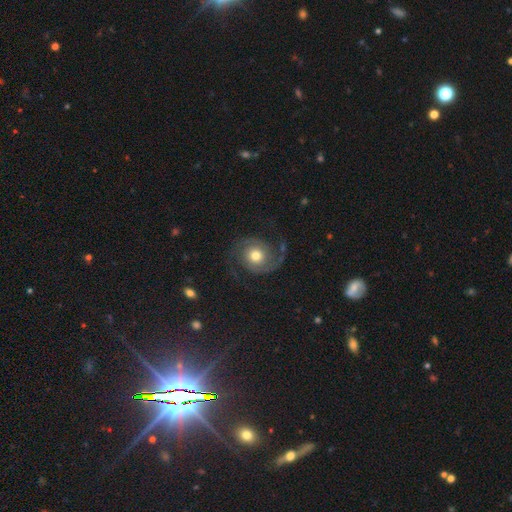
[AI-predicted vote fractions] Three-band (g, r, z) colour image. It shows a featured or disk galaxy (86%) with no bar (79%), 2 (93%) medium (49%) spiral arms (97%) and a moderate central bulge (72%). Merging: none (78%).